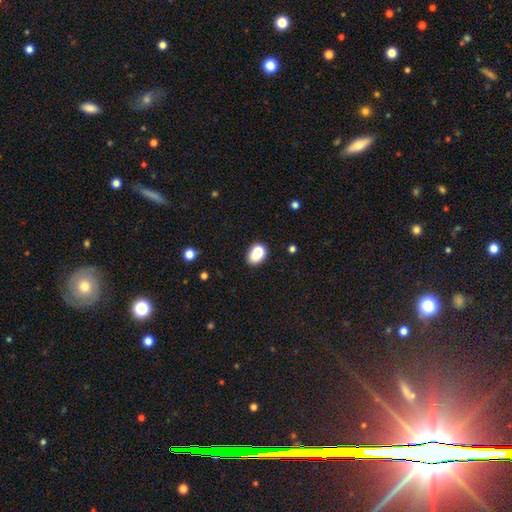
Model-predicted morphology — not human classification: type=smooth (77%); roundness=in between (72%); merging=none (54%).